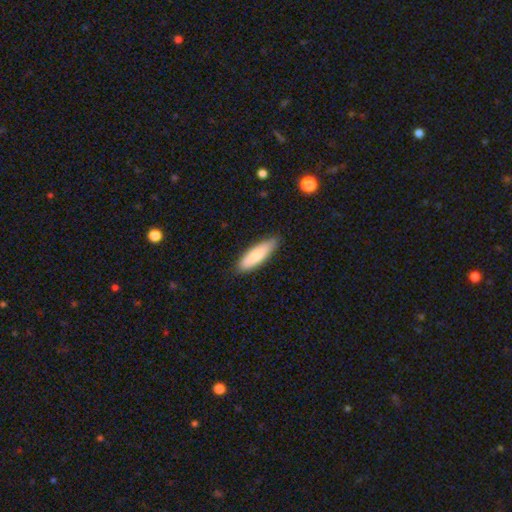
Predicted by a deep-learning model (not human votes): Overall: smooth (78%). How rounded: cigar-shaped (52%; in between 46%). Merging: none (85%).